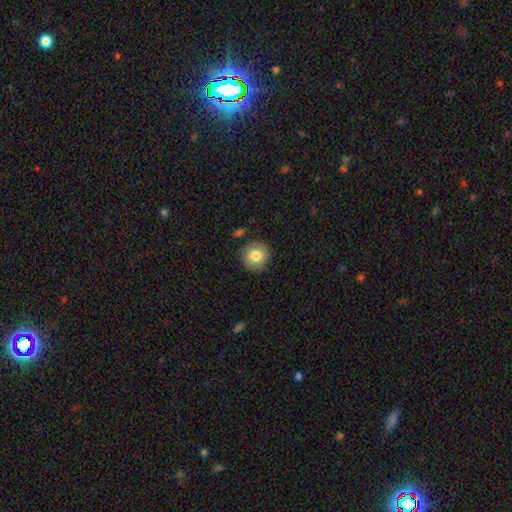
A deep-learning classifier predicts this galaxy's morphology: Smooth or featured? Predicted: smooth (p=0.80). How rounded? Predicted: round (p=0.92). Merging? Predicted: none (p=0.86).